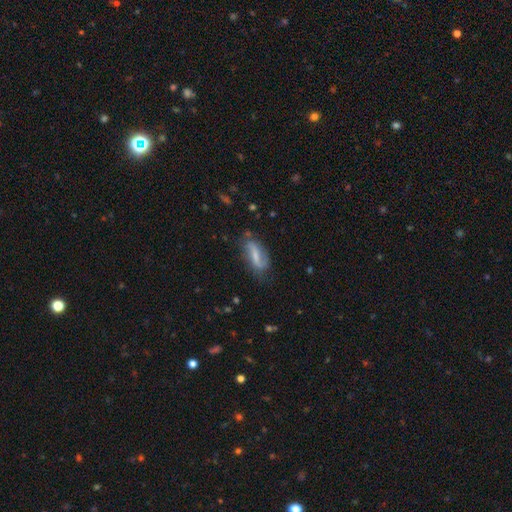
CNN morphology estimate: Smooth or featured? Predicted: featured or disk (p=0.59). Edge-on disk? Predicted: no (p=0.90). Bar? Predicted: weak (p=0.40). Spiral arms? Predicted: yes (p=0.85). Bulge size? Predicted: small (p=0.39). Merging? Predicted: none (p=0.67).